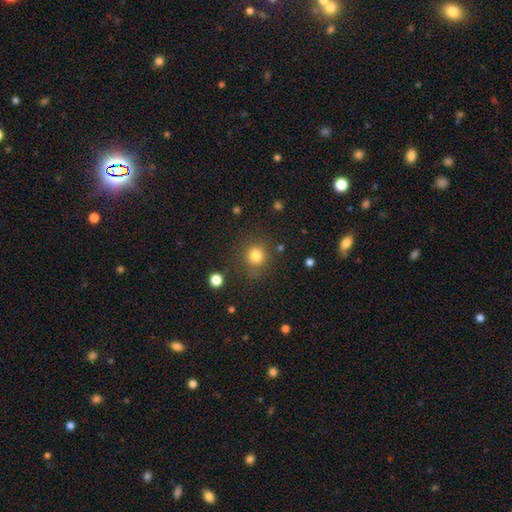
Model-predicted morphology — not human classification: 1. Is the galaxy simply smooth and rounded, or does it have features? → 81% smooth, 13% star or artifact, 6% featured or disk.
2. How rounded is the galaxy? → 88% round, 11% in between, 1% cigar-shaped.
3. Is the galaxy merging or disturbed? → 79% none, 12% minor disturbance, 5% major disturbance, 4% merger.